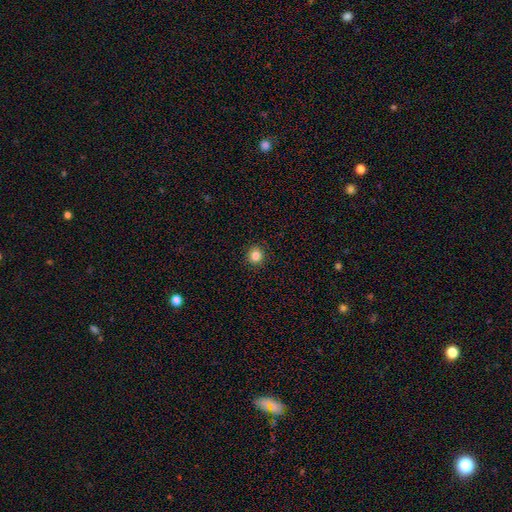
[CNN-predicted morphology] A smooth galaxy with no disk features (83%) that is round (92%). Merging: none (93%).